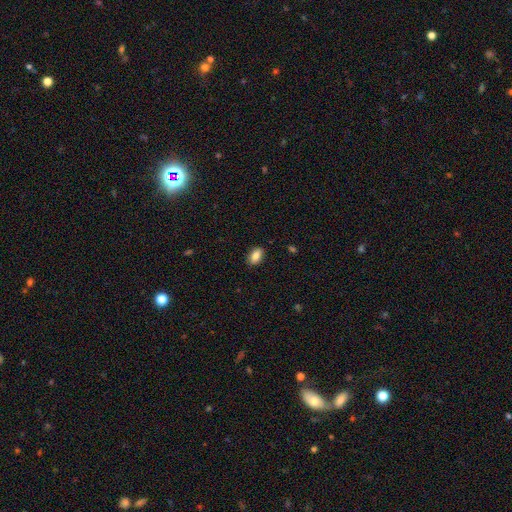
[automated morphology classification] smooth_or_featured: smooth (p=0.86) [alt: star or artifact p=0.08]
how_rounded: in between (p=0.91) [alt: round p=0.06]
merging: none (p=0.88) [alt: minor disturbance p=0.09]